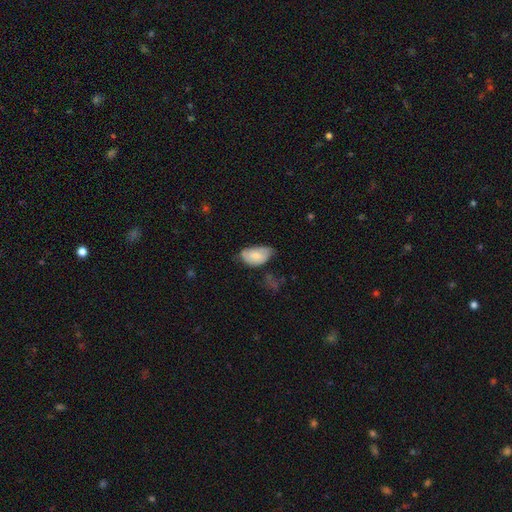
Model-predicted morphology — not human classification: Smooth or featured? smooth (74%)
How rounded? in between (93%)
Merging? minor disturbance (45%)